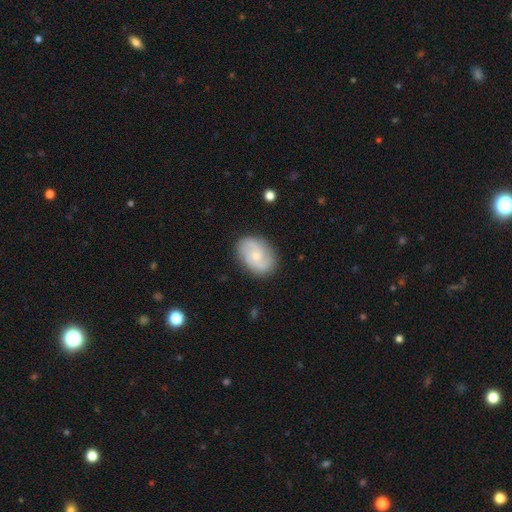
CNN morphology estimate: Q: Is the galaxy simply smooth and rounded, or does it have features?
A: featured or disk — 65%.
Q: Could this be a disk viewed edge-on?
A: no — 97%.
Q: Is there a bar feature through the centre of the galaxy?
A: no — 65%.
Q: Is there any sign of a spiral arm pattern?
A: yes — 92%.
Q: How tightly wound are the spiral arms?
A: medium — 46%.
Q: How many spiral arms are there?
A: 2 — 68%.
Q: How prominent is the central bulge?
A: small — 63%.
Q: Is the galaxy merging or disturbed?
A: none — 83%.